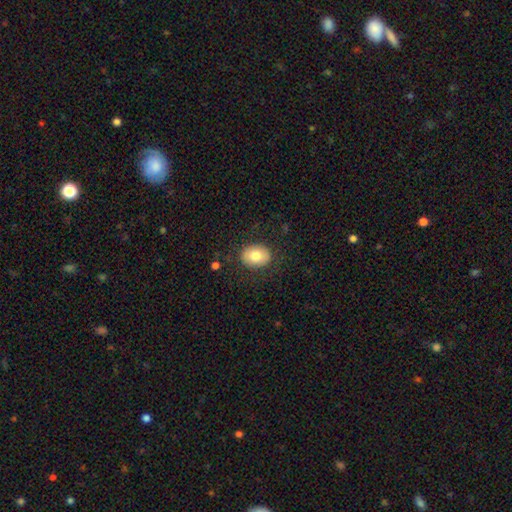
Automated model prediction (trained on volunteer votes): smooth_or_featured: smooth (p=0.77) [alt: featured or disk p=0.15]
how_rounded: in between (p=0.59) [alt: round p=0.40]
merging: none (p=0.85) [alt: minor disturbance p=0.11]